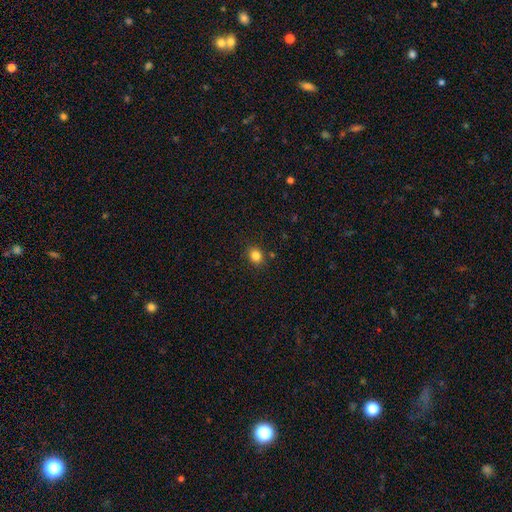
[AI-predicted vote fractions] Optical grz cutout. It shows a smooth galaxy with no disk features (83%) that is round (74%). Merging: none (85%).